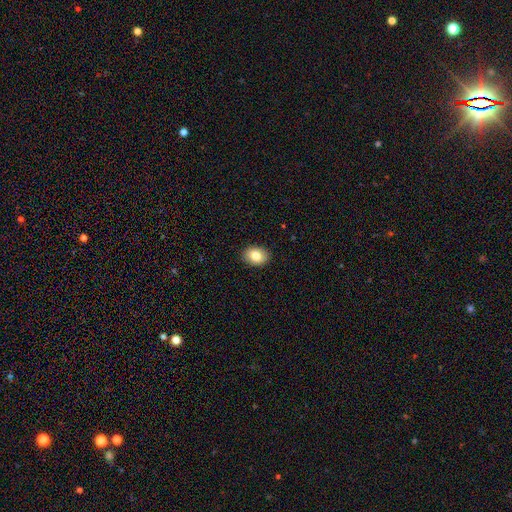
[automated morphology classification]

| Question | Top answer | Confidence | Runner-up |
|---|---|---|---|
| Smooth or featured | smooth | 83% | featured or disk (9%) |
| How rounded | in between | 71% | round (28%) |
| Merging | none | 90% | minor disturbance (8%) |